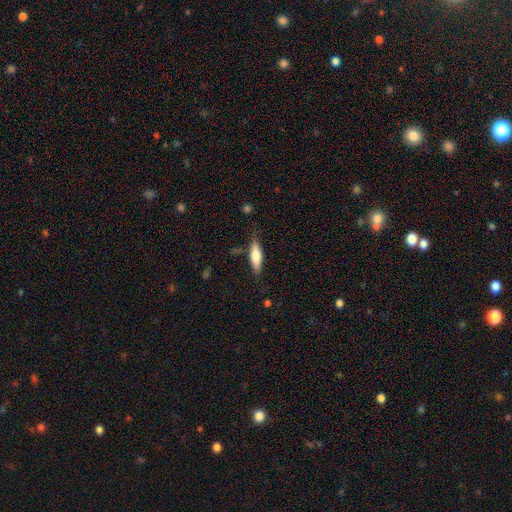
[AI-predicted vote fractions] Overall: smooth (61%; featured or disk 33%). How rounded: cigar-shaped (52%; in between 46%). Merging: none (76%).